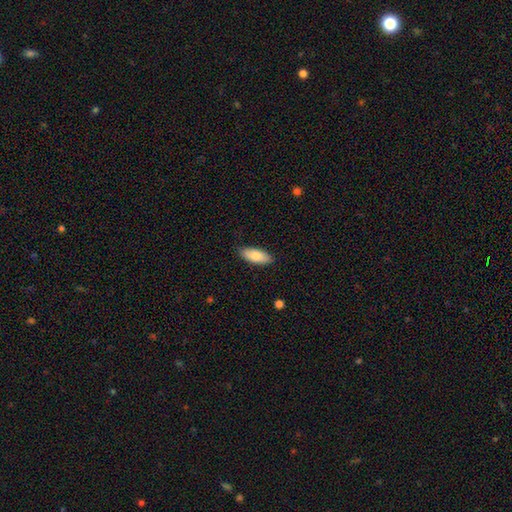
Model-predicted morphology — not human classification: Smooth or featured? Predicted: smooth (p=0.82). How rounded? Predicted: in between (p=0.83). Merging? Predicted: none (p=0.87).